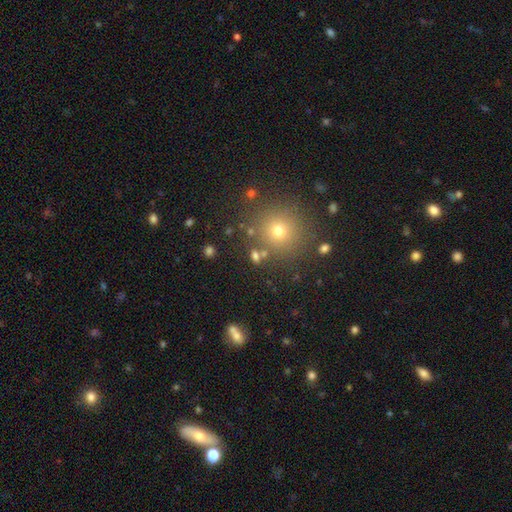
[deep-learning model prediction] This appears to be a smooth galaxy with no disk features (67%) that is round (65%). Merging: none (75%).